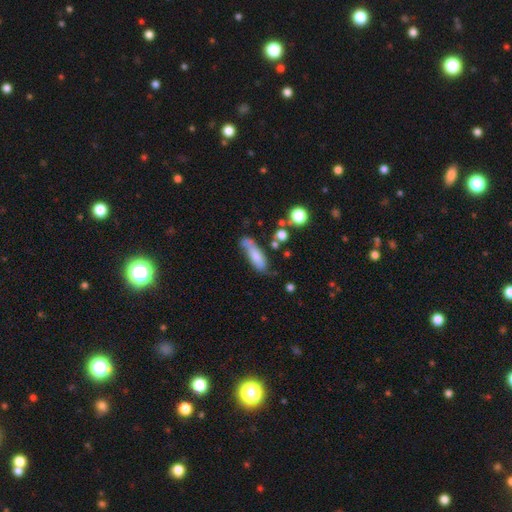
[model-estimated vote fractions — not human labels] Morphology: type=smooth (72%); roundness=in between (49%); merging=none (45%).